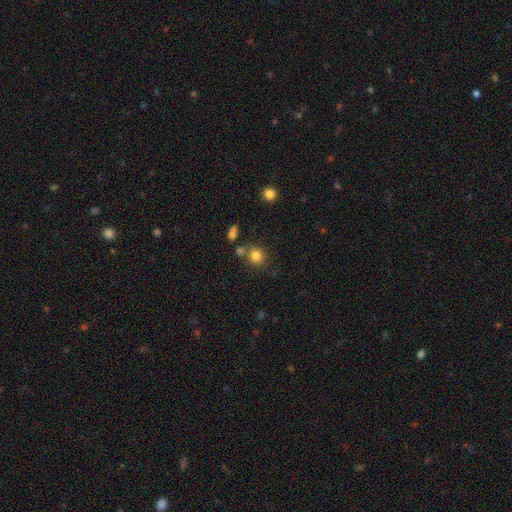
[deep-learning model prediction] This appears to be a smooth galaxy with no disk features (82%) that is round (82%). Merging: none (71%).